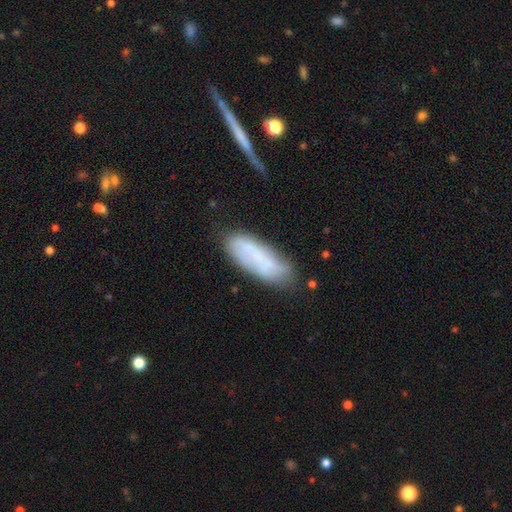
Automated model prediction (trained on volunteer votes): Q: Smooth or featured?
A: smooth (54%); runner-up: featured or disk (37%)
Q: How rounded?
A: in between (66%); runner-up: cigar-shaped (32%)
Q: Merging?
A: none (62%); runner-up: minor disturbance (25%)